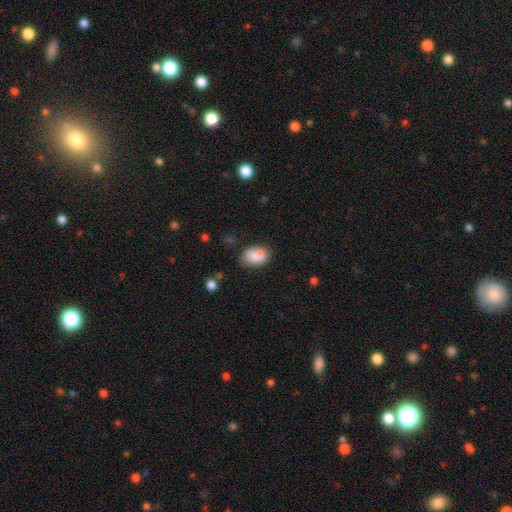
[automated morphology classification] This appears to be a smooth galaxy with no disk features (84%) that is in between round and cigar-shaped (85%). Merging: none (66%).